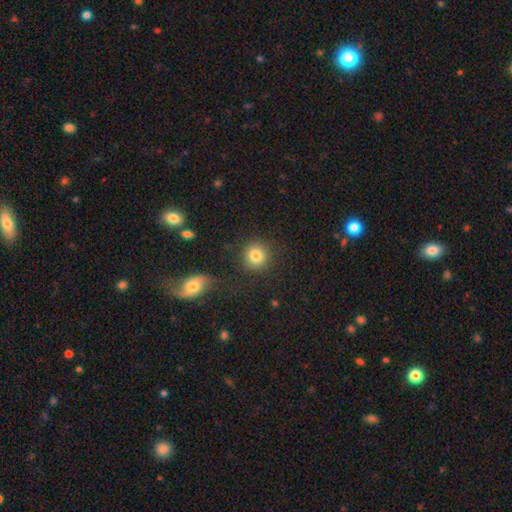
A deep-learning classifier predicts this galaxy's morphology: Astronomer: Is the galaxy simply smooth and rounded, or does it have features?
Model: smooth — 83%.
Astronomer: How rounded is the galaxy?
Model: round — 89%.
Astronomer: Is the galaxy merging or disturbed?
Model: none — 84%.